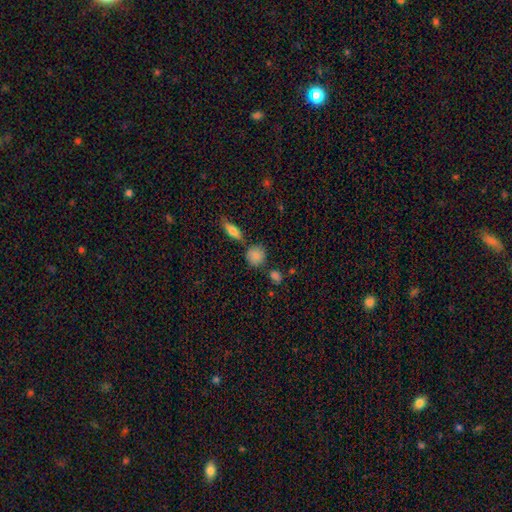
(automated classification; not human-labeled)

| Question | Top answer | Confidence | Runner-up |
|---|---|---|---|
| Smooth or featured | smooth | 83% | star or artifact (10%) |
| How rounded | round | 82% | in between (16%) |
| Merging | none | 71% | minor disturbance (15%) |